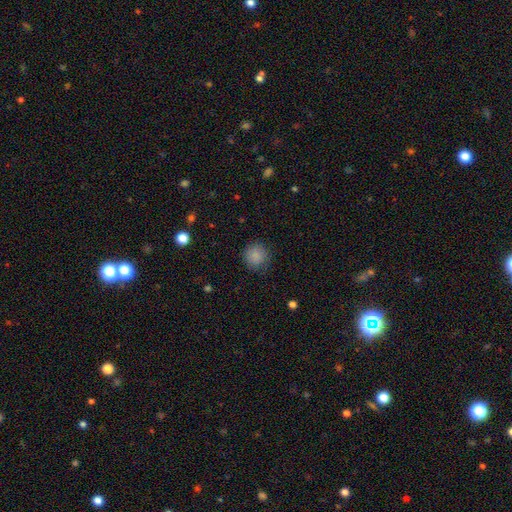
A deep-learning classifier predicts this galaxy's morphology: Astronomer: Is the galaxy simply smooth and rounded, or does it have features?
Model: smooth — 86%.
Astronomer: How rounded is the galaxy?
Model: round — 91%.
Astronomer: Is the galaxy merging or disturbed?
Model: none — 83%.